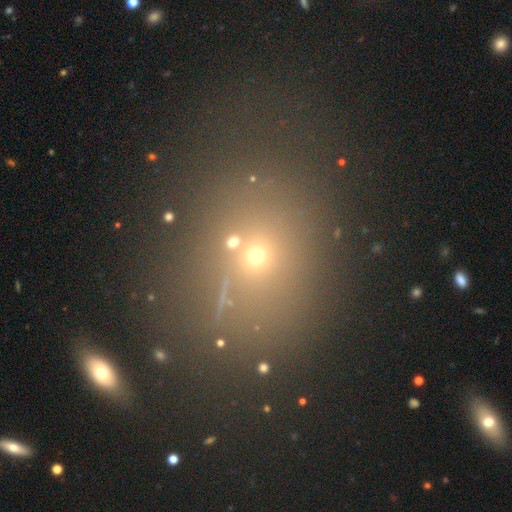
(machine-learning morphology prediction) This appears to be a smooth galaxy with no disk features (54%) that is round (61%). Merging: none (74%).